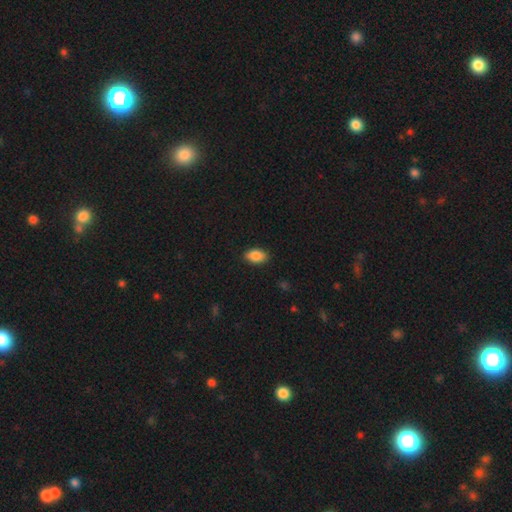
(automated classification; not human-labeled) This appears to be a smooth galaxy with no disk features (87%) that is in between round and cigar-shaped (91%). Merging: none (89%).